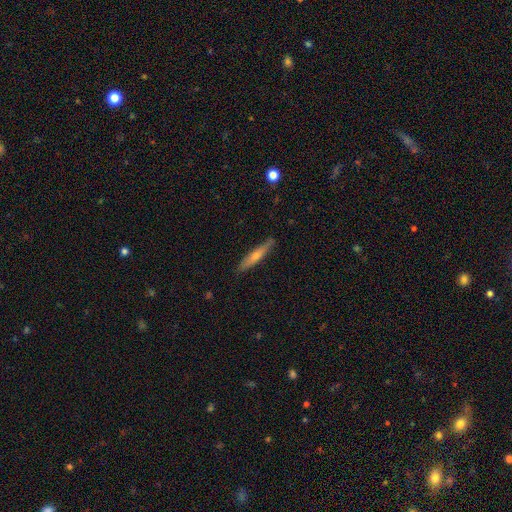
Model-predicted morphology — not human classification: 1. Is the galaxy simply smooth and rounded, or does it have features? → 48% smooth, 46% featured or disk, 6% star or artifact.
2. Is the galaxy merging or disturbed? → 87% none, 10% minor disturbance, 2% major disturbance, 1% merger.